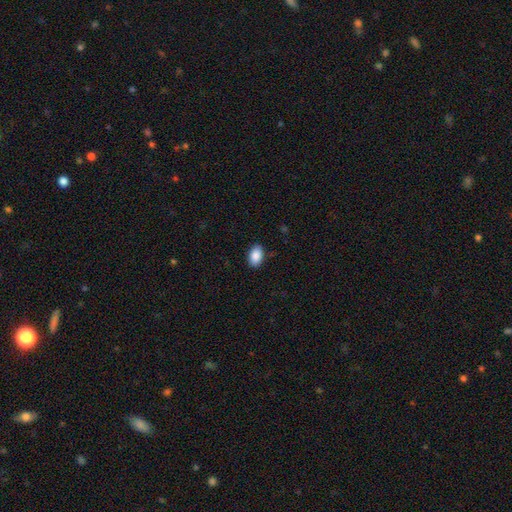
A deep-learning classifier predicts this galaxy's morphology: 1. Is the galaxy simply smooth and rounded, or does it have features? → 89% smooth, 7% star or artifact, 4% featured or disk.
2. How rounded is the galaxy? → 91% in between, 8% round, 1% cigar-shaped.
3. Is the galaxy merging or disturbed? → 88% none, 9% minor disturbance, 2% major disturbance, 1% merger.